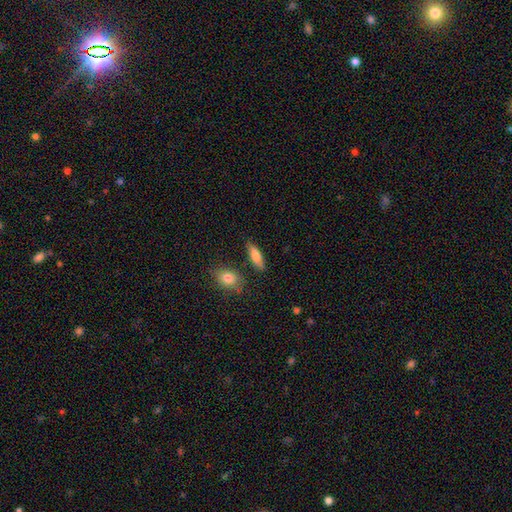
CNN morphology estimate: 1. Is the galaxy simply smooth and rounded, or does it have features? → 77% smooth, 16% featured or disk, 7% star or artifact.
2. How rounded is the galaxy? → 56% in between, 41% cigar-shaped, 3% round.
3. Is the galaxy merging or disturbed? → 80% none, 13% minor disturbance, 5% merger, 3% major disturbance.